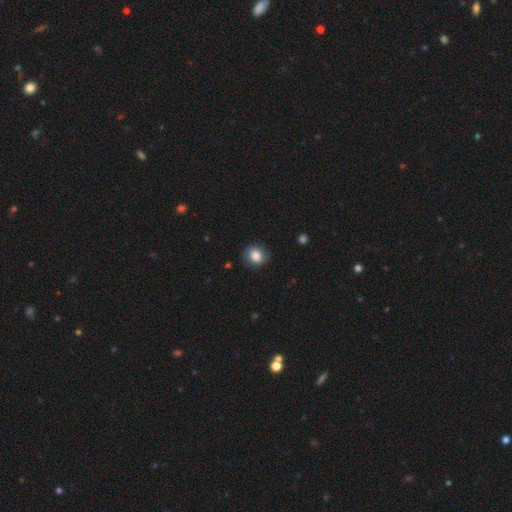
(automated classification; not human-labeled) Smooth or featured? smooth (76%)
How rounded? round (68%)
Merging? none (77%)